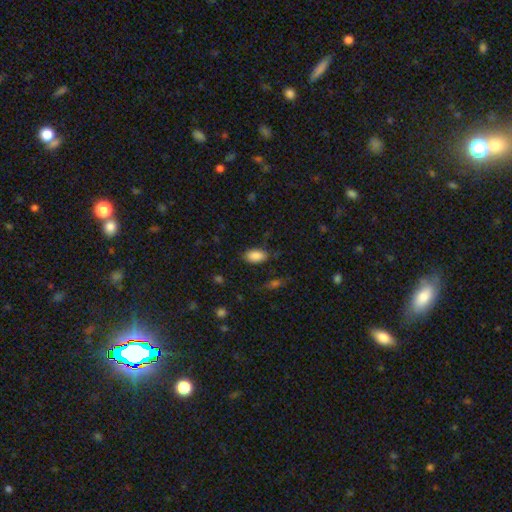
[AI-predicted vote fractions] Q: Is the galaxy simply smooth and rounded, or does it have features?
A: smooth — 87%.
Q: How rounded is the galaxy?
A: in between — 93%.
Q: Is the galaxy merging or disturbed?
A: none — 78%.